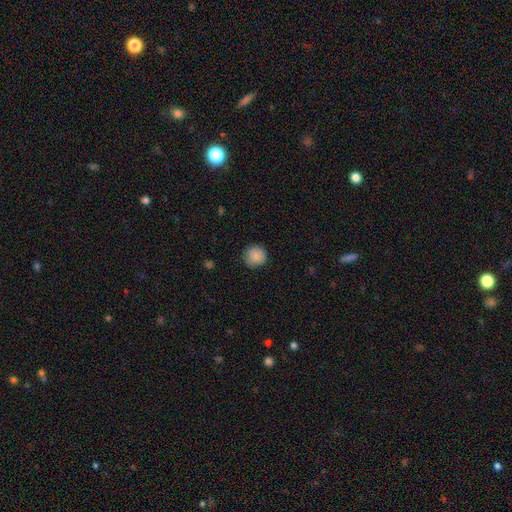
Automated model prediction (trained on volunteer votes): A smooth galaxy with no disk features (87%) that is round (93%). Merging: none (85%).